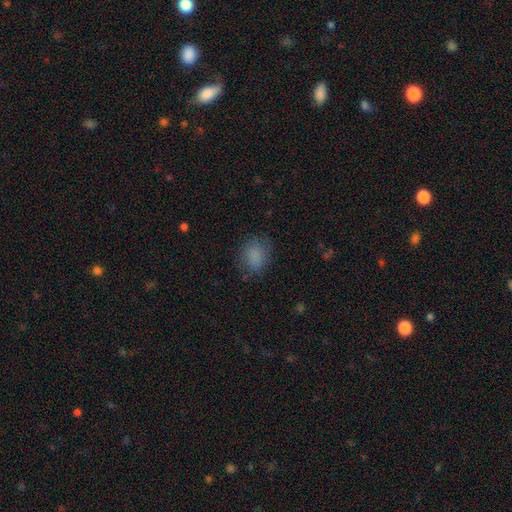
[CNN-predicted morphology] Q: Smooth or featured?
A: smooth (83%); runner-up: star or artifact (10%)
Q: How rounded?
A: round (51%); runner-up: in between (48%)
Q: Merging?
A: none (75%); runner-up: minor disturbance (18%)